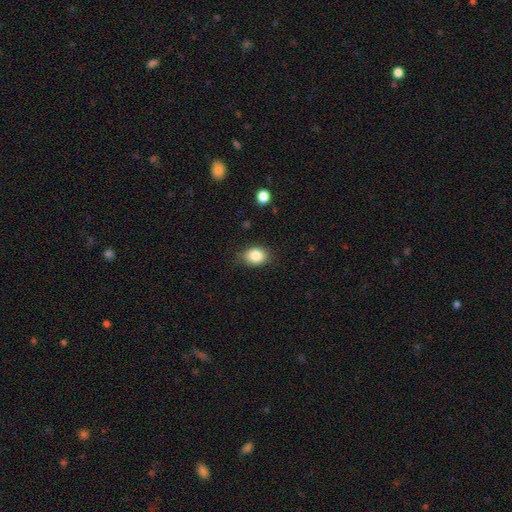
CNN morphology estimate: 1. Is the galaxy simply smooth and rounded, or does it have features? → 84% smooth, 9% star or artifact, 7% featured or disk.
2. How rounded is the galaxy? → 52% in between, 47% round, 1% cigar-shaped.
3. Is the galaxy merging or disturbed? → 79% none, 17% minor disturbance, 3% major disturbance, 1% merger.